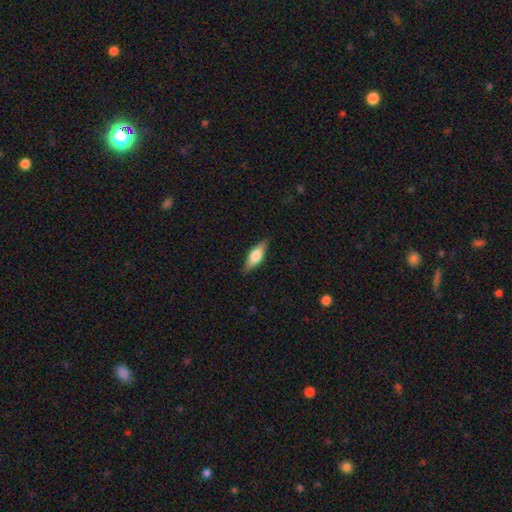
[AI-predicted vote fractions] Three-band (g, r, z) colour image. It shows a smooth galaxy with no disk features (58%) that is in between round and cigar-shaped (63%). Merging: none (86%).